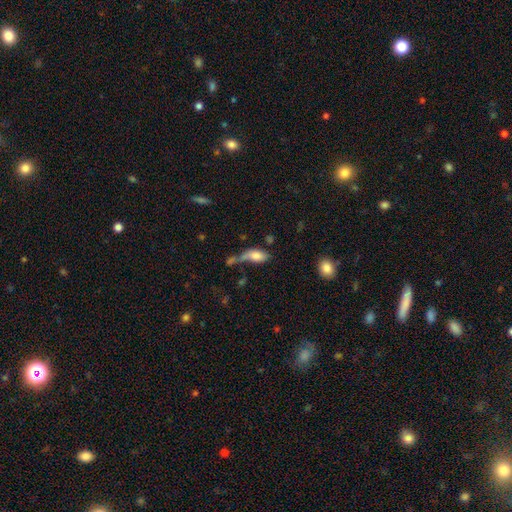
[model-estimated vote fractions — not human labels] Smooth or featured? Predicted: smooth (p=0.74). How rounded? Predicted: in between (p=0.85). Merging? Predicted: merger (p=0.31).